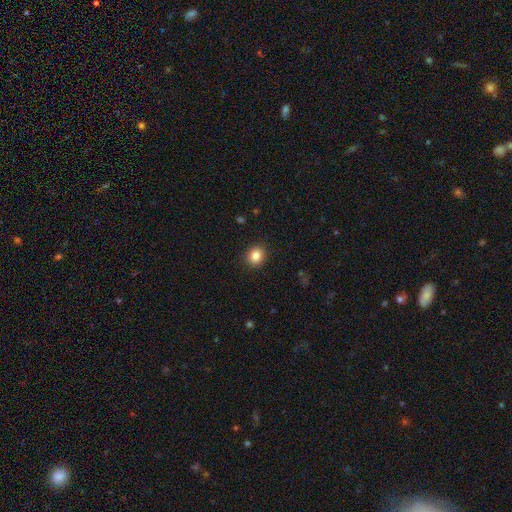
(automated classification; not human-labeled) Q: Smooth or featured?
A: smooth (85%); runner-up: star or artifact (10%)
Q: How rounded?
A: round (74%); runner-up: in between (25%)
Q: Merging?
A: none (91%); runner-up: minor disturbance (6%)